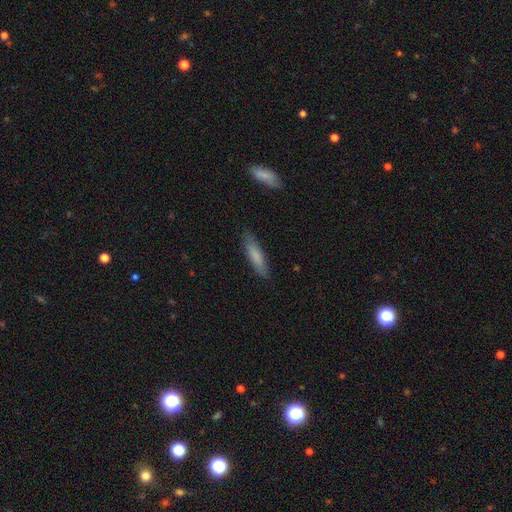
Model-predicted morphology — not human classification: Q: Smooth or featured?
A: smooth (78%); runner-up: featured or disk (16%)
Q: How rounded?
A: cigar-shaped (75%); runner-up: in between (24%)
Q: Merging?
A: none (84%); runner-up: minor disturbance (12%)